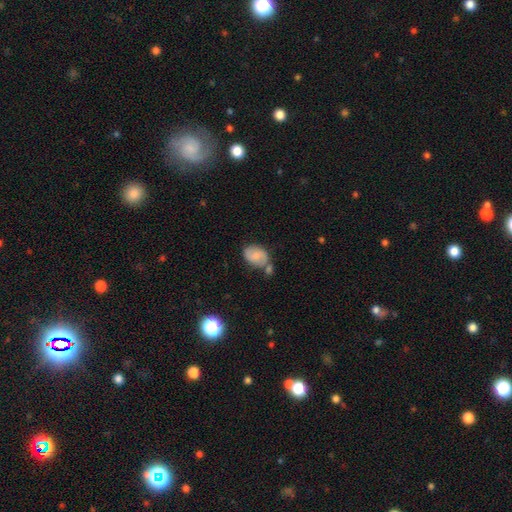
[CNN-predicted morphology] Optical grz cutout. It shows a smooth galaxy with no disk features (56%) that is in between round and cigar-shaped (78%). Merging: none (50%).